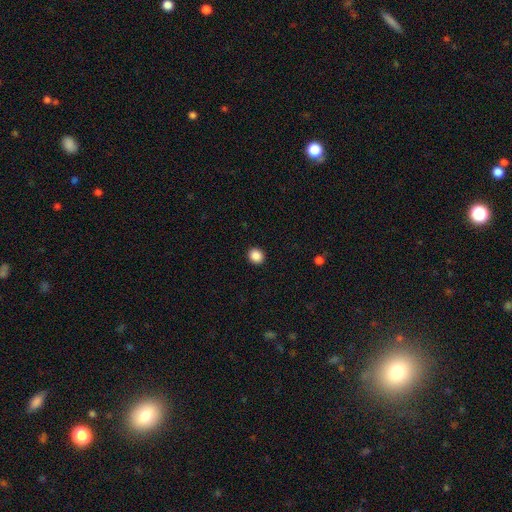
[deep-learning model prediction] smooth 88%, star or artifact 9%, featured or disk 2%. Down the decision tree: how rounded — round (82%); merging — none (93%).